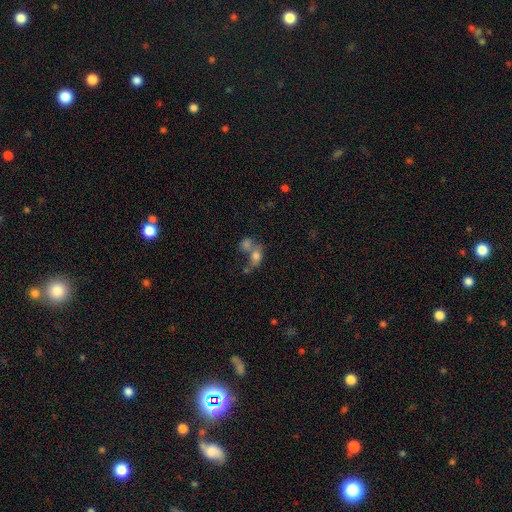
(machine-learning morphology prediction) smooth-or-featured: smooth: 69% | featured or disk: 18% | star or artifact: 13%
  how-rounded: in between: 64% | round: 33% | cigar-shaped: 3%
  merging: merger: 57% | none: 25% | minor disturbance: 10% | major disturbance: 9%